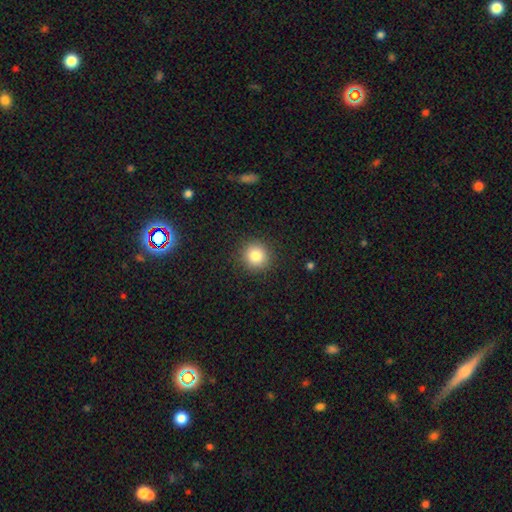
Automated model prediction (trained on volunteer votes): The model was most divided on "smooth or featured": smooth: 83%, star or artifact: 11%, featured or disk: 6%. More confident: how rounded — round (93%); merging — none (91%).